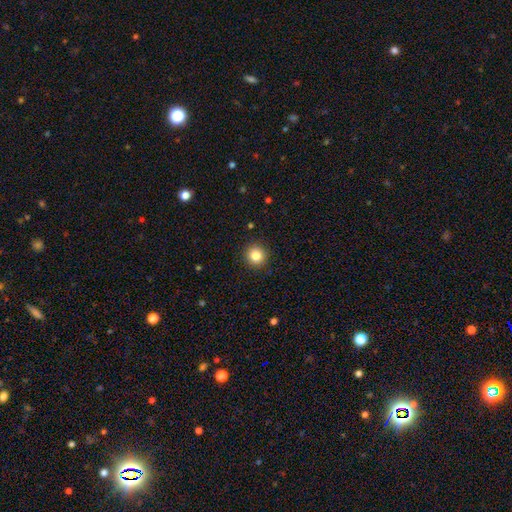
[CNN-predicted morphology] Overall: smooth (84%). How rounded: round (93%). Merging: none (92%).